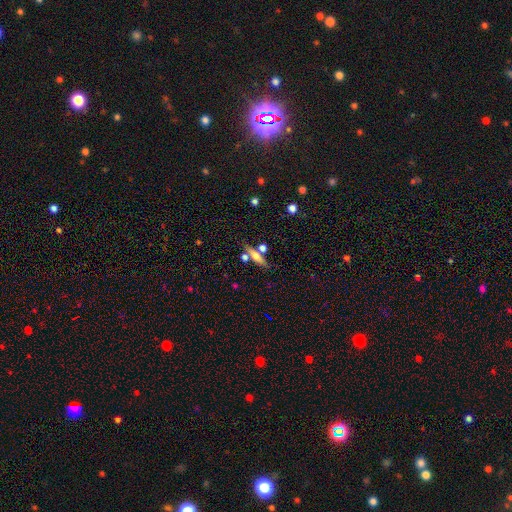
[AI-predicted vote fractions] Morphology: type=smooth (49%); merging=none (68%).